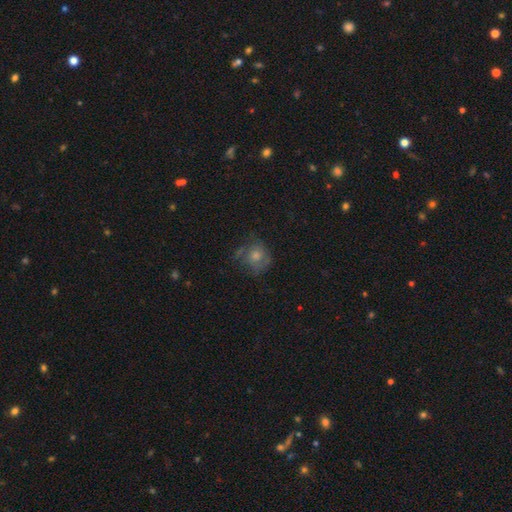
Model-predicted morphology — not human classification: Smooth or featured? Predicted: smooth (p=0.43). Merging? Predicted: none (p=0.63).